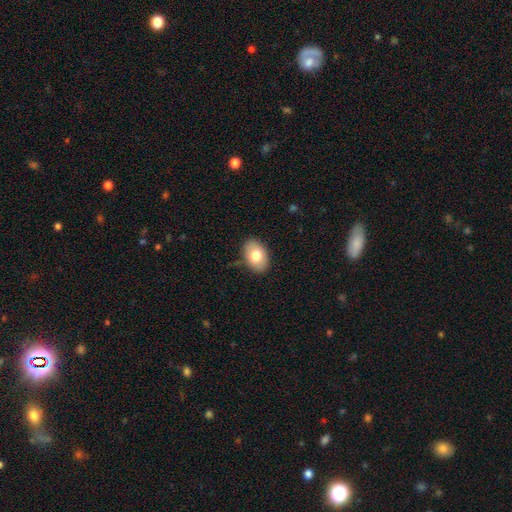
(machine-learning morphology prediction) Q: Smooth or featured?
A: smooth (75%); runner-up: featured or disk (18%)
Q: How rounded?
A: in between (84%); runner-up: round (15%)
Q: Merging?
A: none (82%); runner-up: minor disturbance (14%)